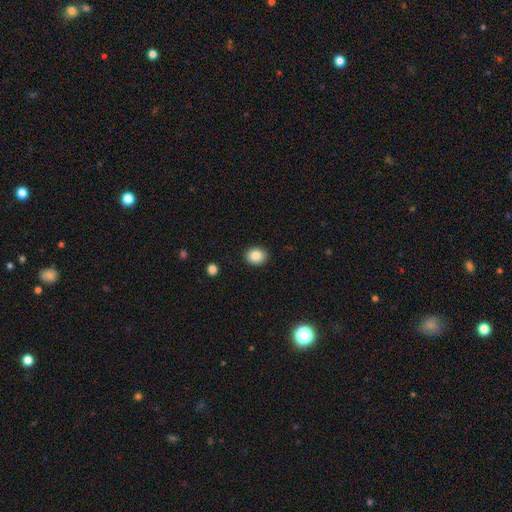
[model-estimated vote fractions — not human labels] smooth 86%, star or artifact 9%, featured or disk 5%. Down the decision tree: how rounded — round (63%); merging — none (90%).